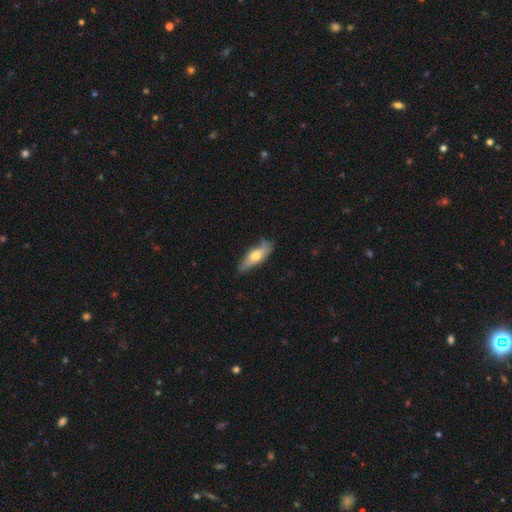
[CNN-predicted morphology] Smooth or featured? smooth (55%)
How rounded? in between (54%)
Merging? none (73%)